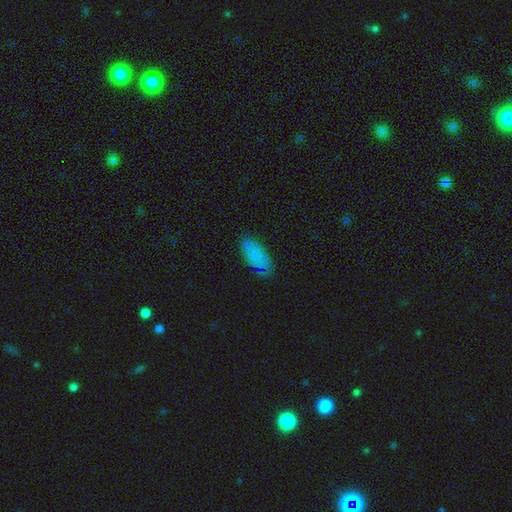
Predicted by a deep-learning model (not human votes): A smooth galaxy with no disk features (78%) that is in between round and cigar-shaped (89%).

Vote fractions:
- Smooth or featured? smooth: 78% / featured or disk: 14% / star or artifact: 8%
- How rounded? in between: 89% / cigar-shaped: 9% / round: 2%
- Merging? none: 71% / minor disturbance: 22% / major disturbance: 5% / merger: 2%